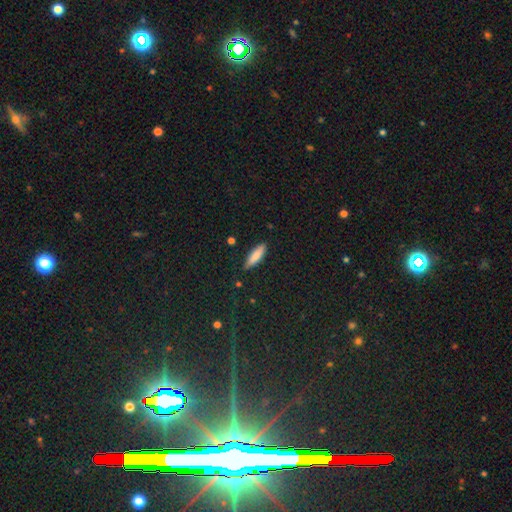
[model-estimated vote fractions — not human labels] smooth-or-featured: smooth: 80% | featured or disk: 13% | star or artifact: 7%
  how-rounded: cigar-shaped: 62% | in between: 36% | round: 2%
  merging: none: 85% | minor disturbance: 11% | major disturbance: 2% | merger: 2%